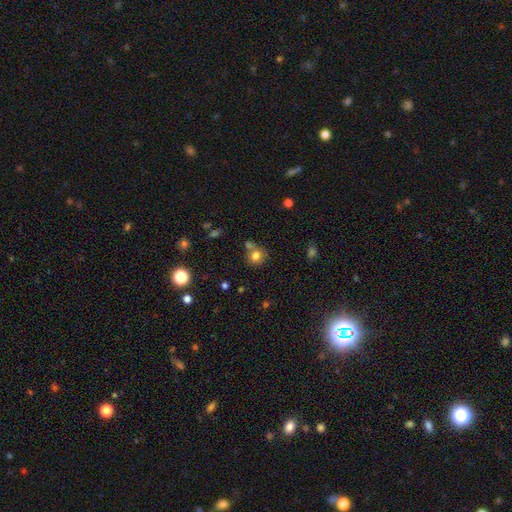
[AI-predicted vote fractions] This appears to be a smooth galaxy with no disk features (78%) that is round (85%). Merging: none (60%).